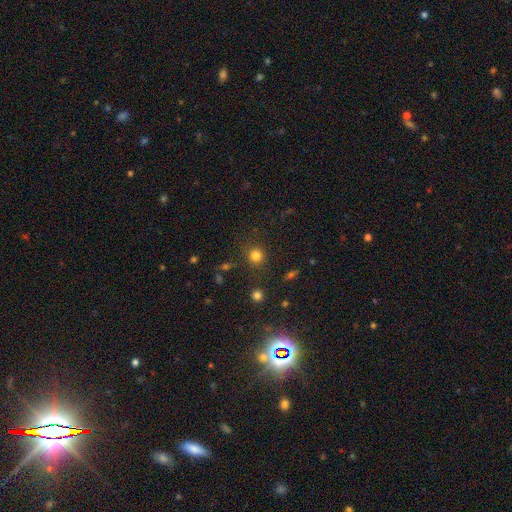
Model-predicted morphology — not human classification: This is likely a smooth galaxy (80%). How rounded: clearly round (89%). Merging: clearly none (83%).